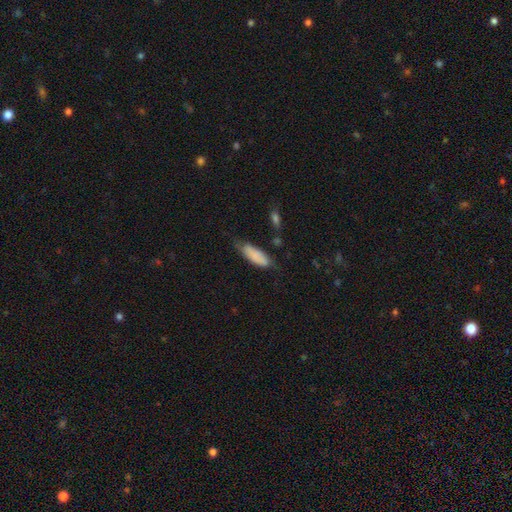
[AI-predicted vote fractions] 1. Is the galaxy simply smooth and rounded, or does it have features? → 80% smooth, 13% featured or disk, 7% star or artifact.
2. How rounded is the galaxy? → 68% in between, 30% cigar-shaped, 2% round.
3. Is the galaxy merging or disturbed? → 49% none, 34% minor disturbance, 12% major disturbance, 5% merger.